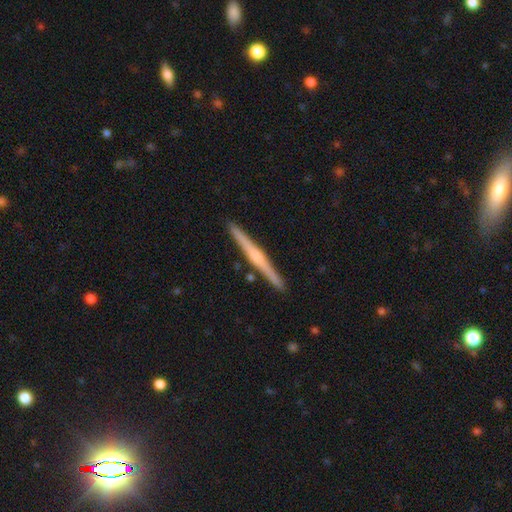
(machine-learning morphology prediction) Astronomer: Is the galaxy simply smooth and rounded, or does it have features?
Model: featured or disk — 71%.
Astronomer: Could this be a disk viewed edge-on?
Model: yes — 98%.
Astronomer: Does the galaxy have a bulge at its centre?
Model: rounded — 64%.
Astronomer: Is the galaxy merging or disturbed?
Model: none — 91%.